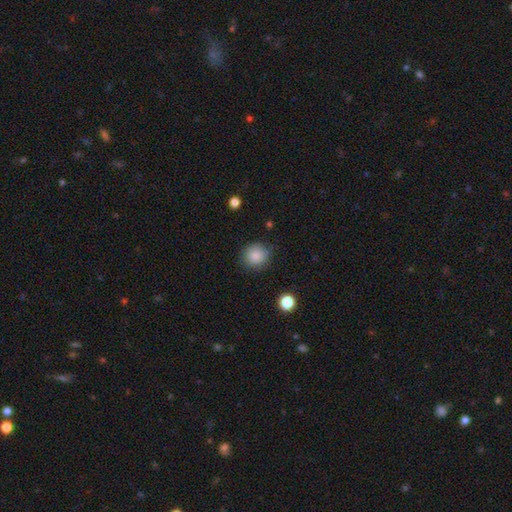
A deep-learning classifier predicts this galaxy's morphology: type=smooth (87%); roundness=round (87%); merging=none (85%).